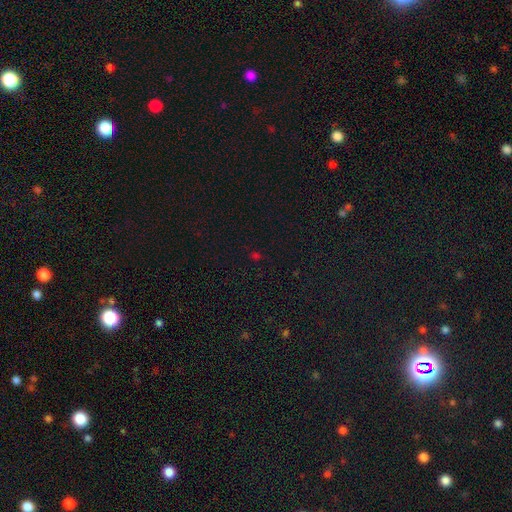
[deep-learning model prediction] star or artifact 51%, smooth 42%, featured or disk 6%.